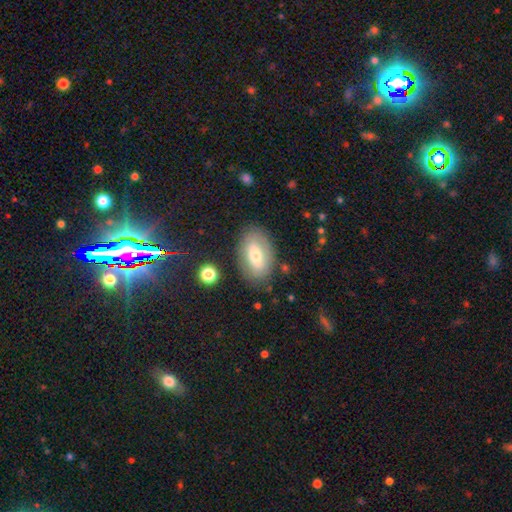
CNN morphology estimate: The model was most divided on "smooth or featured": smooth: 55%, featured or disk: 37%, star or artifact: 8%. More confident: how rounded — in between (90%); merging — none (79%).